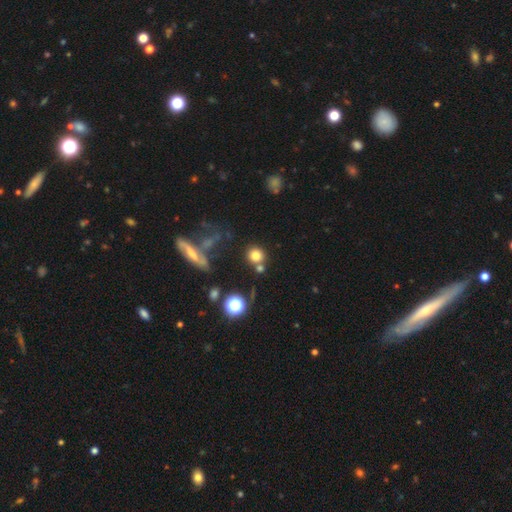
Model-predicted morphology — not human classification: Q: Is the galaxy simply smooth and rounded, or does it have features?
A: smooth — 75%.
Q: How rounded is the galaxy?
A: round — 87%.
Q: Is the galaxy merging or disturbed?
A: none — 65%.